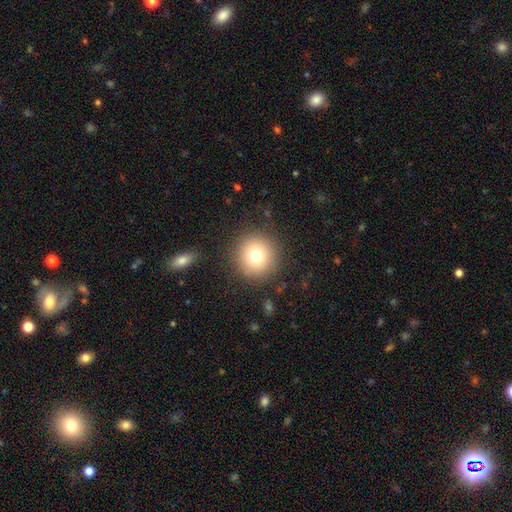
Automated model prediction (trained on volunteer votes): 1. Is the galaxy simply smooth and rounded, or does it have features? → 77% smooth, 12% star or artifact, 12% featured or disk.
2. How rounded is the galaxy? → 94% round, 5% in between, 1% cigar-shaped.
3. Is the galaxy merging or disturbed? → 88% none, 7% minor disturbance, 3% major disturbance, 1% merger.